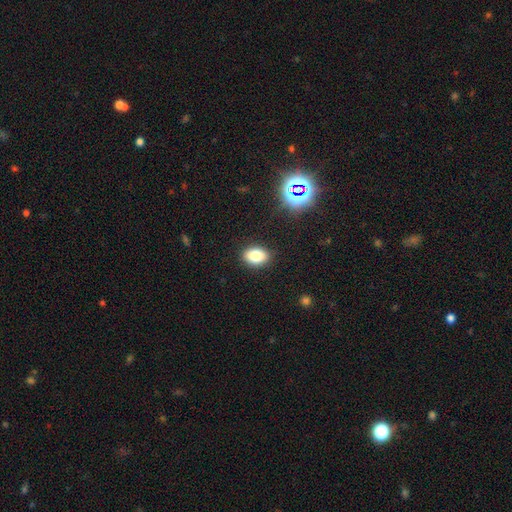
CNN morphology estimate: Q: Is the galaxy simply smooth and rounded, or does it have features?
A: smooth — 80%.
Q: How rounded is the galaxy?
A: in between — 77%.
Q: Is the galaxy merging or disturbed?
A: none — 88%.